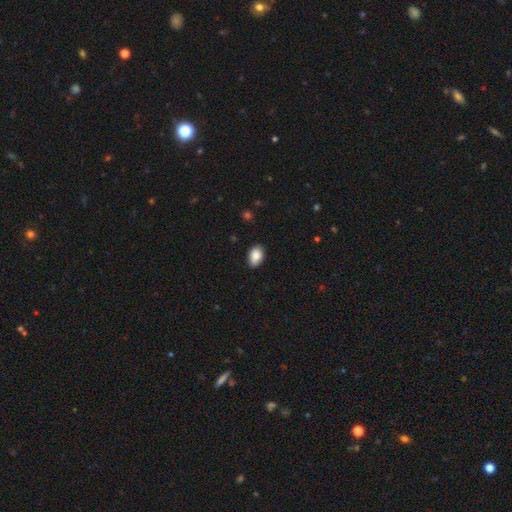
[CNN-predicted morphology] This is clearly a smooth galaxy (87%). How rounded: clearly in between (87%). Merging: likely none (79%).